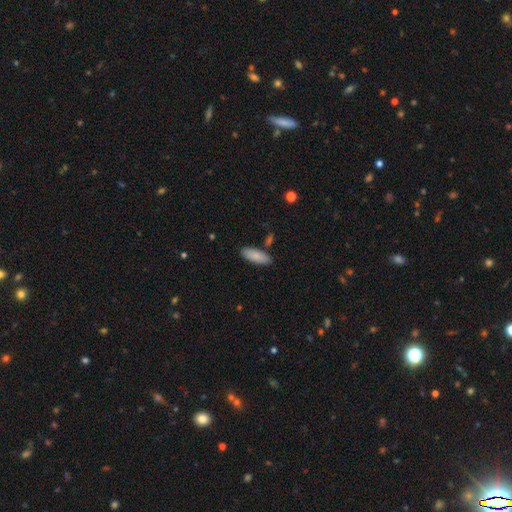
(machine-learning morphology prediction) smooth_or_featured: smooth (p=0.87) [alt: featured or disk p=0.07]
how_rounded: in between (p=0.72) [alt: cigar-shaped p=0.26]
merging: none (p=0.83) [alt: minor disturbance p=0.11]